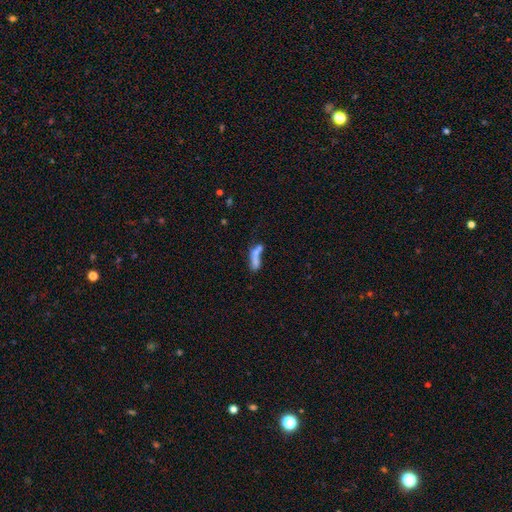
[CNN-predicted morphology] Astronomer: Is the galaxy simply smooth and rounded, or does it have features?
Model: smooth — 64%.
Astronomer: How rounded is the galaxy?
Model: cigar-shaped — 53% (runner-up: in between, 42%).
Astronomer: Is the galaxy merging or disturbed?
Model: merger — 48% (runner-up: none, 27%).